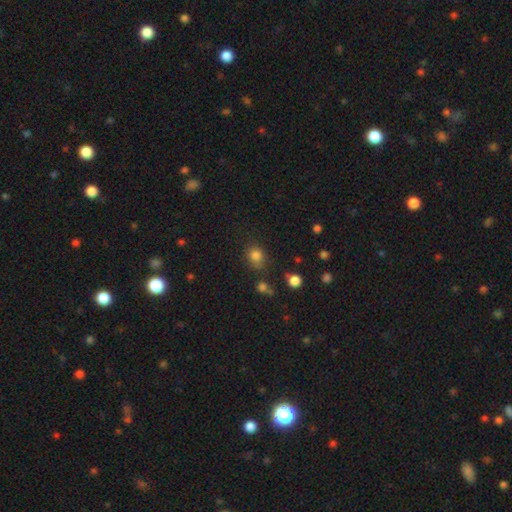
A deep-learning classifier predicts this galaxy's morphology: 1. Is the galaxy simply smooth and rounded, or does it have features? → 80% smooth, 14% star or artifact, 6% featured or disk.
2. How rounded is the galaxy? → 67% round, 32% in between, 1% cigar-shaped.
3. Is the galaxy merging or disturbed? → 70% none, 17% minor disturbance, 7% merger, 6% major disturbance.